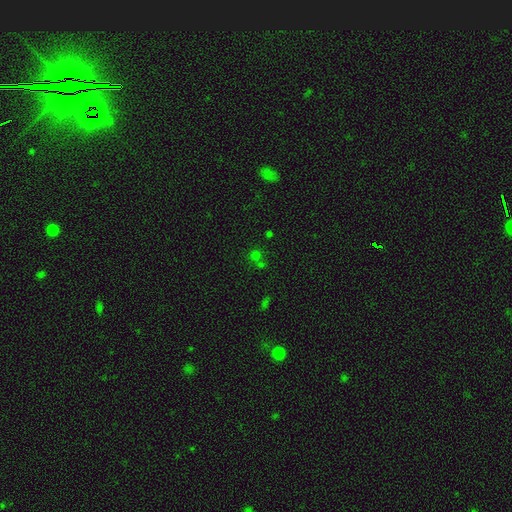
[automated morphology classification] smooth 52%, star or artifact 39%, featured or disk 9%. Down the decision tree: how rounded — round (86%); merging — none (57%).